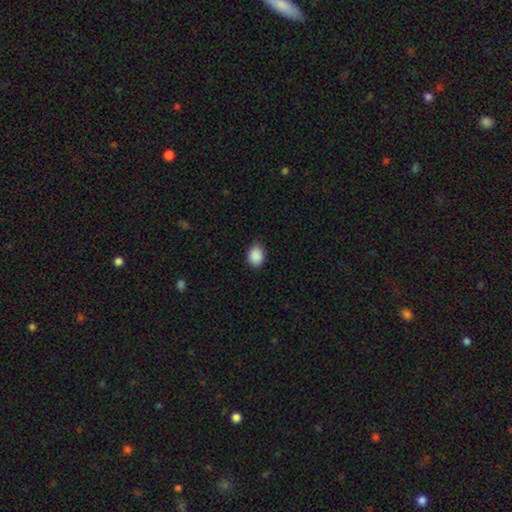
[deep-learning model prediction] smooth-or-featured: smooth: 89% | star or artifact: 8% | featured or disk: 3%
  how-rounded: in between: 66% | round: 33% | cigar-shaped: 1%
  merging: none: 77% | minor disturbance: 19% | major disturbance: 3% | merger: 1%